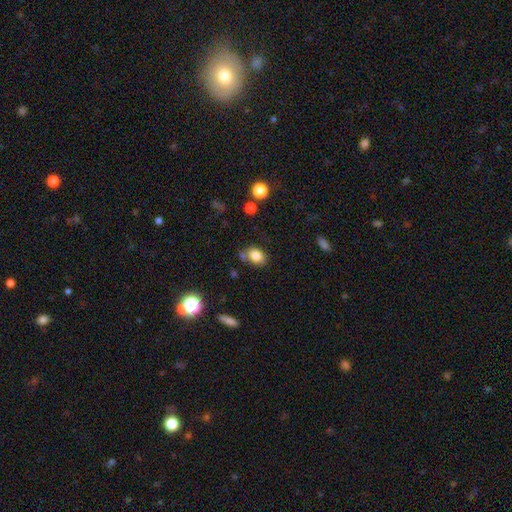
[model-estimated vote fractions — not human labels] This is clearly a smooth galaxy (83%). How rounded: likely in between (72%). Merging: likely none (66%).